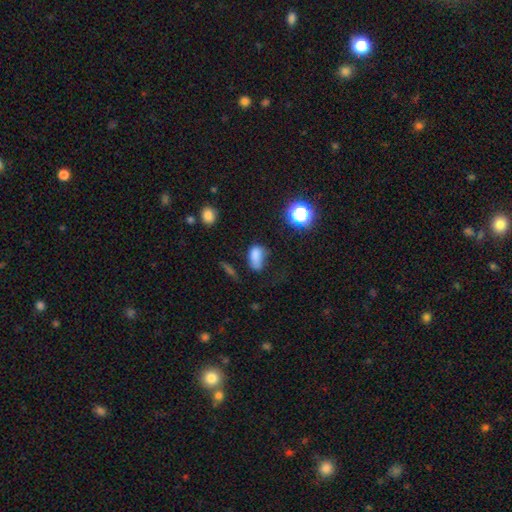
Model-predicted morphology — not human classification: Smooth or featured?
  - smooth: 75% *
  - star or artifact: 14%
  - featured or disk: 10%
How rounded?
  - in between: 85% *
  - round: 12%
  - cigar-shaped: 3%
Merging?
  - none: 38% *
  - minor disturbance: 32%
  - major disturbance: 23%
  - merger: 8%